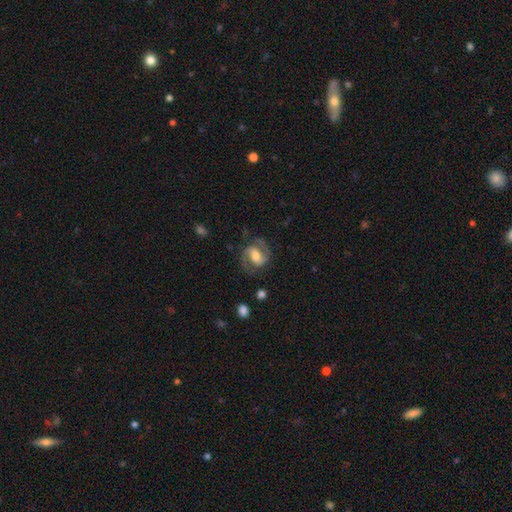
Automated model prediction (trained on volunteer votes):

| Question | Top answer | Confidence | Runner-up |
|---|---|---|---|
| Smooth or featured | featured or disk | 84% | smooth (10%) |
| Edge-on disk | no | 98% | yes (2%) |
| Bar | weak | 43% | strong (31%) |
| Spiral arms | yes | 96% | no (4%) |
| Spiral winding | medium | 59% | tight (24%) |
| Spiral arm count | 2 | 92% | can't tell (3%) |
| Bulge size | moderate | 61% | small (19%) |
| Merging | none | 78% | minor disturbance (14%) |